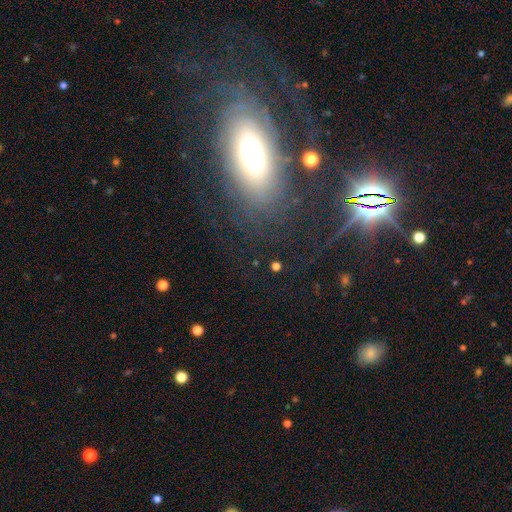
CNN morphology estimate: Smooth or featured: featured or disk — 48% (smooth — 32%)
Merging: none — 75% (minor disturbance — 14%)